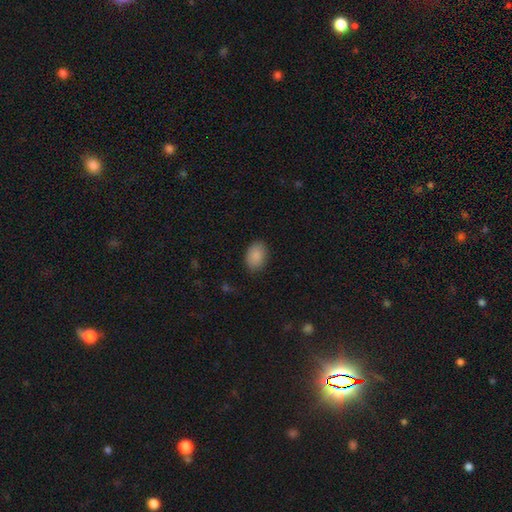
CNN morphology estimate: smooth 89%, star or artifact 7%, featured or disk 4%. Down the decision tree: how rounded — in between (83%); merging — none (84%).